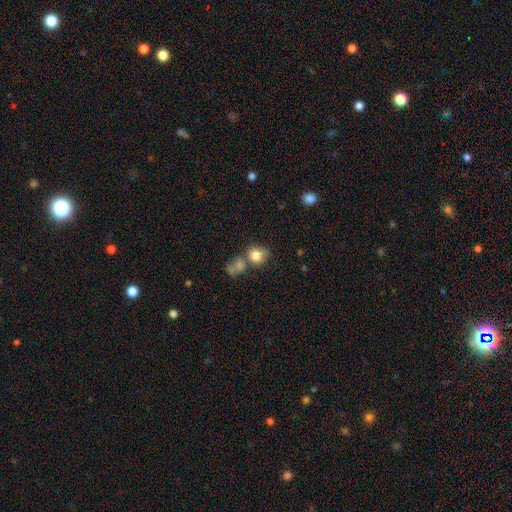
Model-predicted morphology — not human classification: A smooth galaxy with no disk features (79%) that is round (70%).

Vote fractions:
- Smooth or featured? smooth: 79% / featured or disk: 11% / star or artifact: 10%
- How rounded? round: 70% / in between: 29% / cigar-shaped: 1%
- Merging? none: 42% / merger: 35% / minor disturbance: 14% / major disturbance: 9%